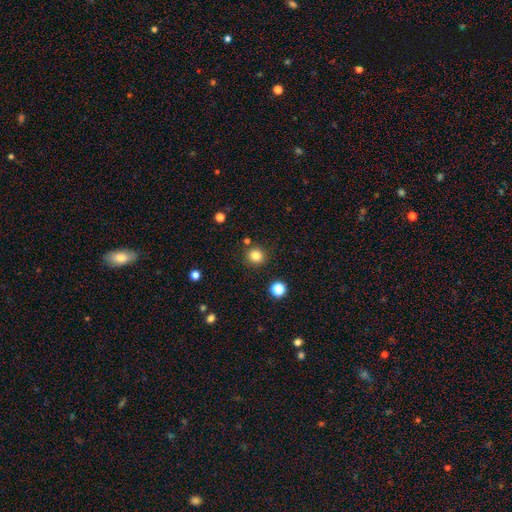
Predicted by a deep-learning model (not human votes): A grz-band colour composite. It shows a smooth galaxy with no disk features (82%) that is round (92%). Merging: none (87%).